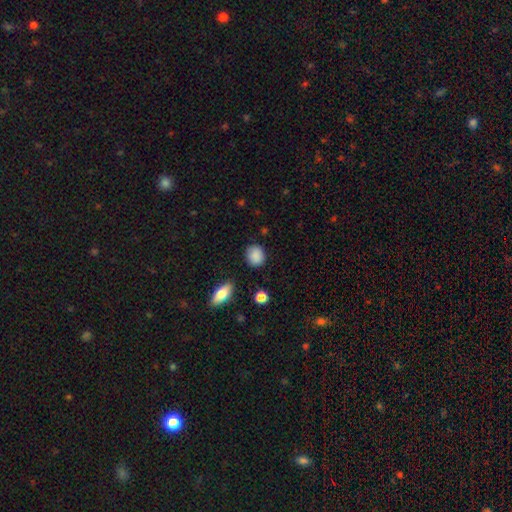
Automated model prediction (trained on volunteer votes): This appears to be a smooth galaxy with no disk features (88%) that is round (66%). Merging: none (85%).